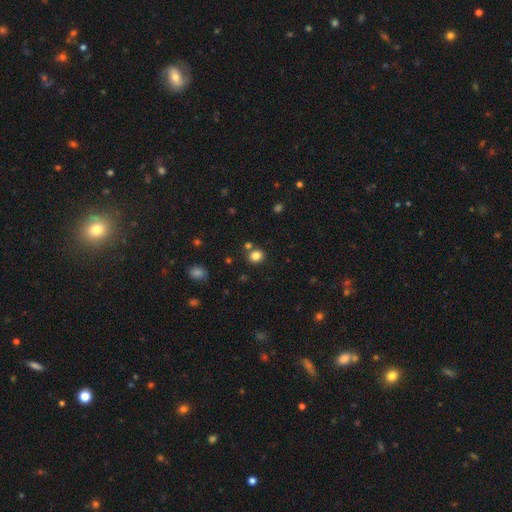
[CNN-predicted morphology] Smooth or featured: smooth — 83% (star or artifact — 12%)
How rounded: round — 68% (in between — 31%)
Merging: none — 76% (merger — 12%)